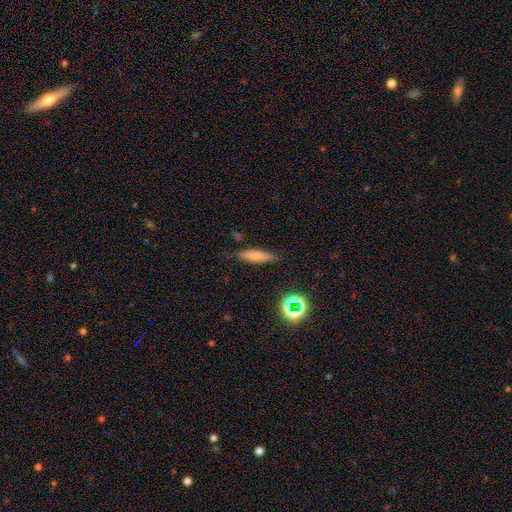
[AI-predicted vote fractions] smooth 71%, featured or disk 18%, star or artifact 11%. Down the decision tree: how rounded — cigar-shaped (71%); merging — none (79%).